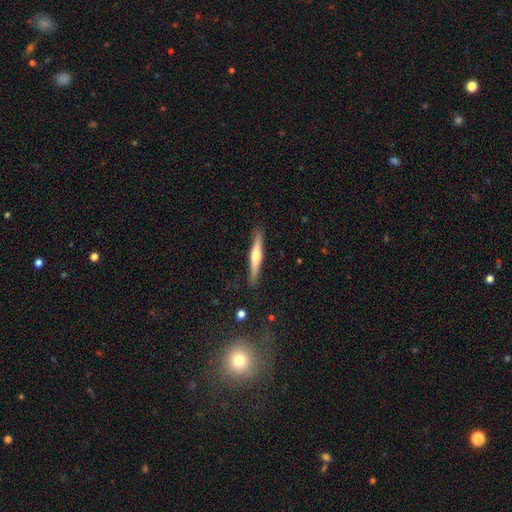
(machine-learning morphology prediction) type=featured or disk (57%); edge-on=yes (97%); edge-on bulge=rounded (81%); merging=none (89%).